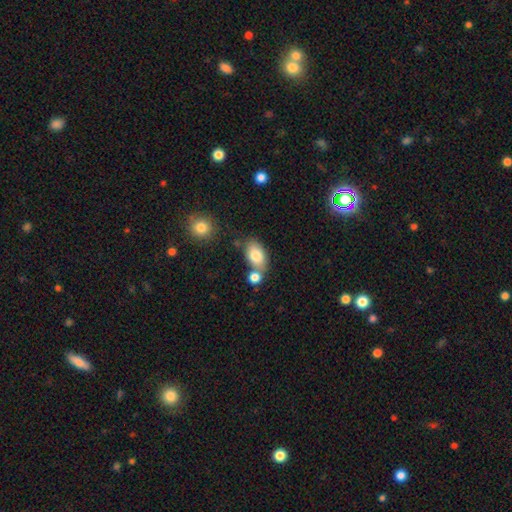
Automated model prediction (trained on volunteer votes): Q: Smooth or featured?
A: smooth (79%); runner-up: featured or disk (13%)
Q: How rounded?
A: in between (87%); runner-up: round (11%)
Q: Merging?
A: none (52%); runner-up: merger (29%)